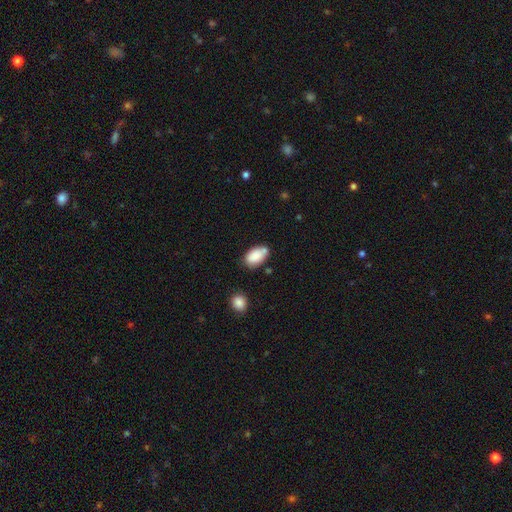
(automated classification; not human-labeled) A smooth galaxy with no disk features (85%) that is in between round and cigar-shaped (91%). Merging: none (58%).